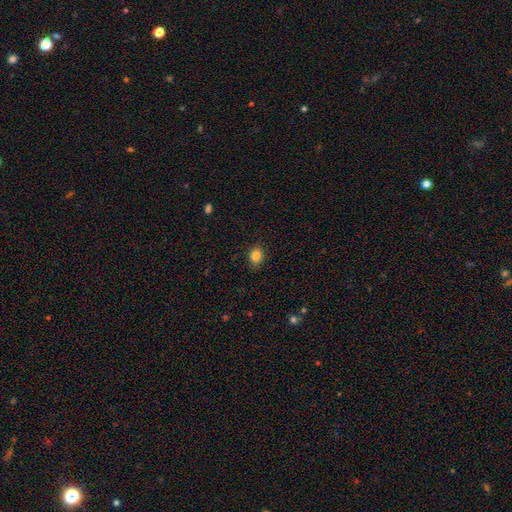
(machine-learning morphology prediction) smooth_or_featured: smooth (p=0.84) [alt: star or artifact p=0.10]
how_rounded: round (p=0.54) [alt: in between p=0.45]
merging: none (p=0.87) [alt: minor disturbance p=0.10]